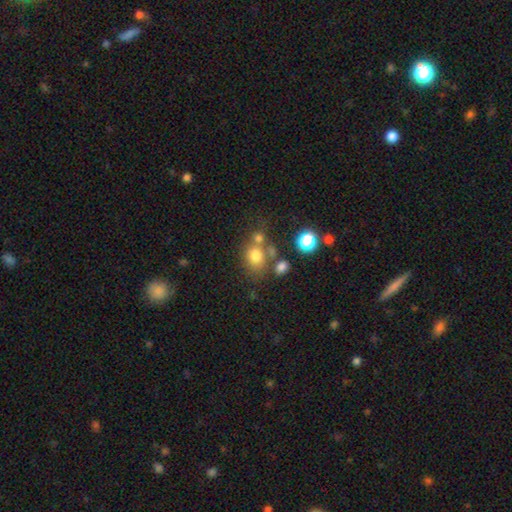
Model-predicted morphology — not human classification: The model was most divided on "how rounded": round: 55%, in between: 43%, cigar-shaped: 1%. More confident: smooth or featured — smooth (72%); merging — none (53%).